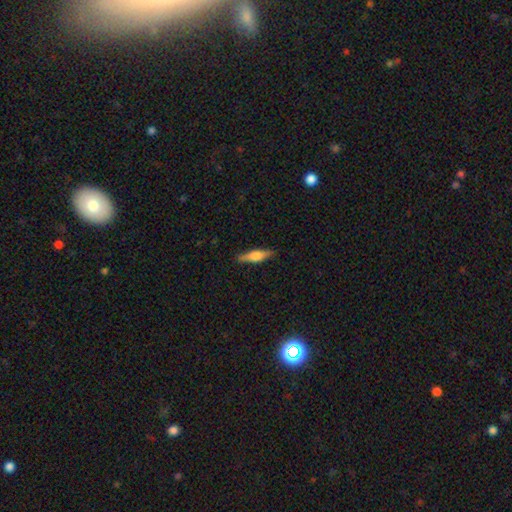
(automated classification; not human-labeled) Overall: featured or disk (50%; smooth 44%). Merging: none (89%).